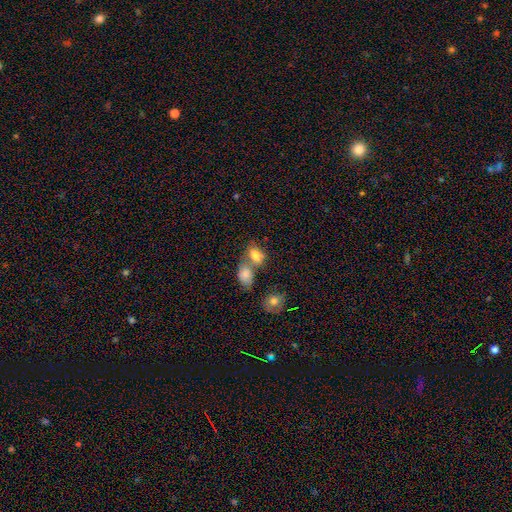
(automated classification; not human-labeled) smooth_or_featured: smooth (p=0.78) [alt: featured or disk p=0.13]
how_rounded: in between (p=0.83) [alt: round p=0.14]
merging: merger (p=0.49) [alt: none p=0.35]